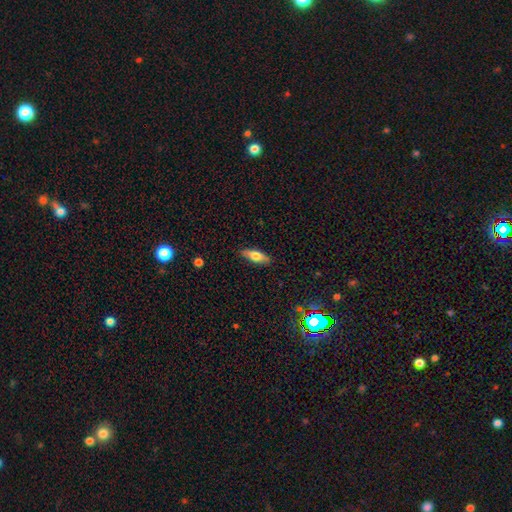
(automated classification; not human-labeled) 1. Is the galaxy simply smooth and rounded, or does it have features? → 70% smooth, 23% featured or disk, 7% star or artifact.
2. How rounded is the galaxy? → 63% in between, 35% cigar-shaped, 2% round.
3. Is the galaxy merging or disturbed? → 86% none, 11% minor disturbance, 2% major disturbance, 1% merger.